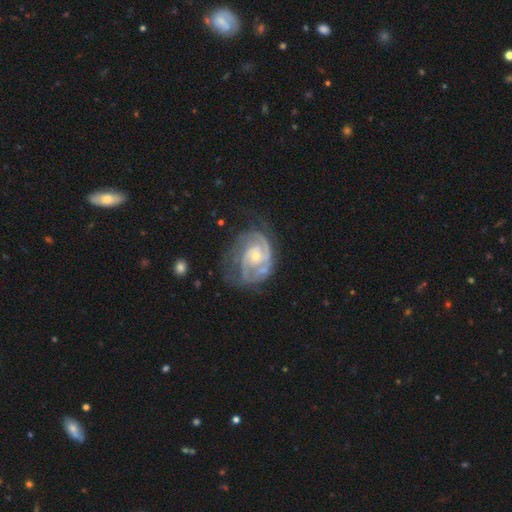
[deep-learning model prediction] Morphology: type=featured or disk (89%); edge-on=no (98%); bar=no (69%); spiral arms=yes (96%); winding=tight (58%); arm count=2 (53%); bulge=small (63%); merging=none (53%).